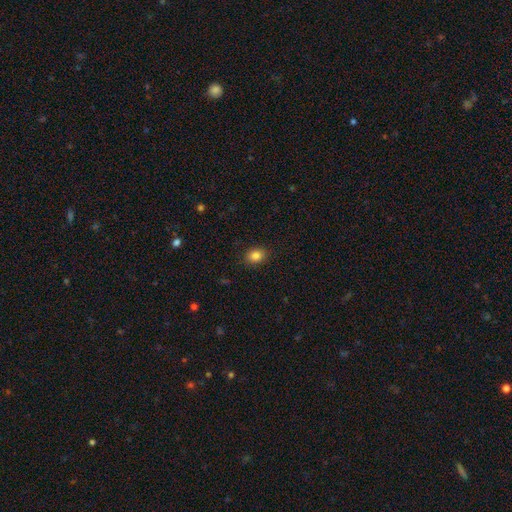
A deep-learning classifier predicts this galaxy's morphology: Smooth or featured?
  - smooth: 84% *
  - star or artifact: 10%
  - featured or disk: 5%
How rounded?
  - in between: 56% *
  - round: 43%
  - cigar-shaped: 1%
Merging?
  - none: 89% *
  - minor disturbance: 8%
  - major disturbance: 2%
  - merger: 1%